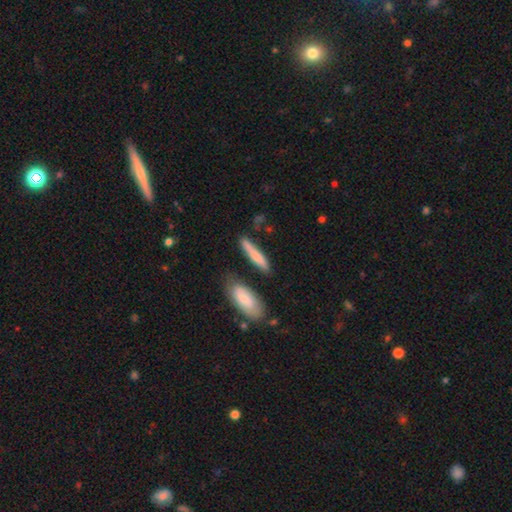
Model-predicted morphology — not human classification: A smooth galaxy with no disk features (72%) that is cigar-shaped (84%). Merging: none (72%).